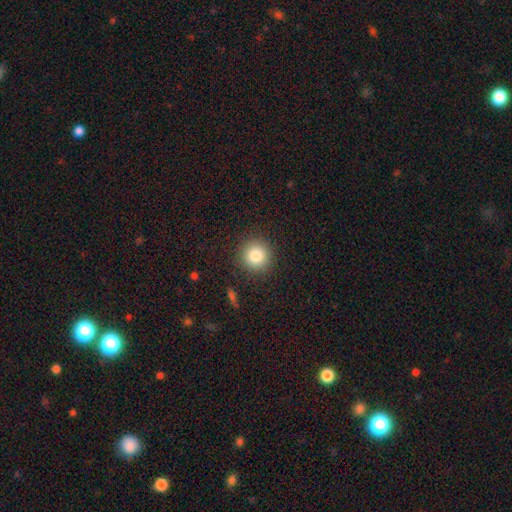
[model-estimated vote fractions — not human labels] Smooth or featured: smooth — 82% (star or artifact — 11%)
How rounded: round — 93% (in between — 6%)
Merging: none — 90% (minor disturbance — 7%)